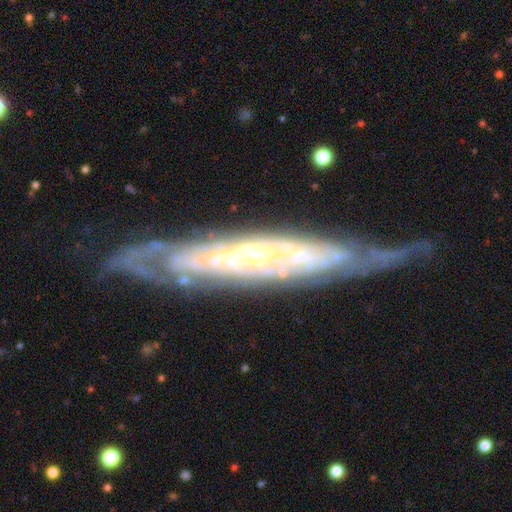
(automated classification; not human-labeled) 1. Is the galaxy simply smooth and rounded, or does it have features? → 84% featured or disk, 9% smooth, 6% star or artifact.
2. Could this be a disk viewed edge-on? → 61% no, 39% yes.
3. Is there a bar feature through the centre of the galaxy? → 63% no, 23% weak, 13% strong.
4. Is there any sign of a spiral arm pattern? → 87% yes, 13% no.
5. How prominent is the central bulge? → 61% small, 30% moderate, 4% large, 3% none, 2% dominant.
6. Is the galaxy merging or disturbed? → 64% none, 22% minor disturbance, 11% major disturbance, 3% merger.